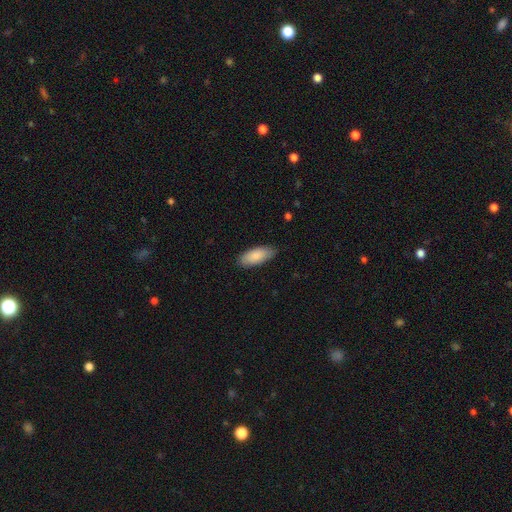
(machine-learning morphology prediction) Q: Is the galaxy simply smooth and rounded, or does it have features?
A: smooth — 87%.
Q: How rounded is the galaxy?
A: in between — 83%.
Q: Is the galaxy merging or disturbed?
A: none — 83%.